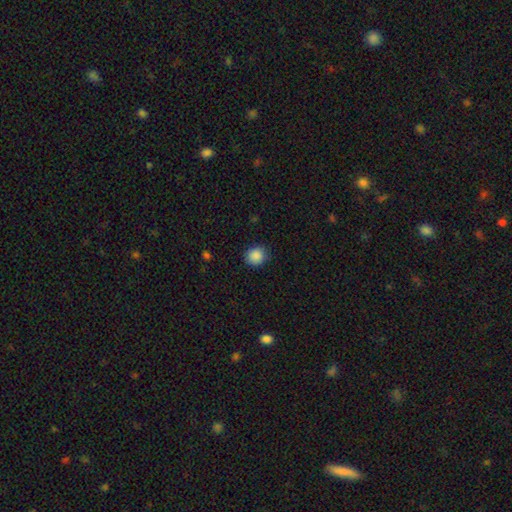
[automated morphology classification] Smooth or featured? Predicted: smooth (p=0.88). How rounded? Predicted: round (p=0.81). Merging? Predicted: none (p=0.86).